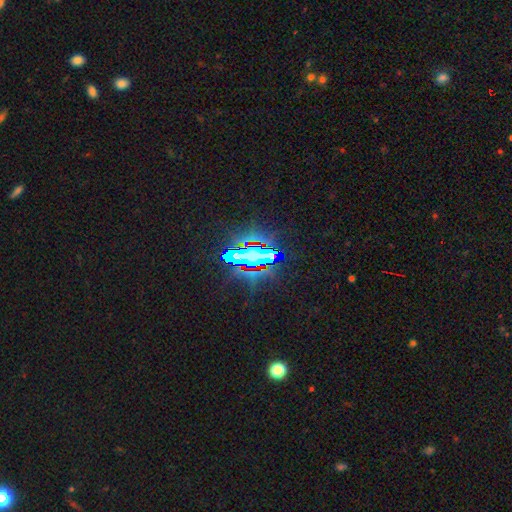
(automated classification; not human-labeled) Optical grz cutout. It shows a star or artifact, not a galaxy (75%).